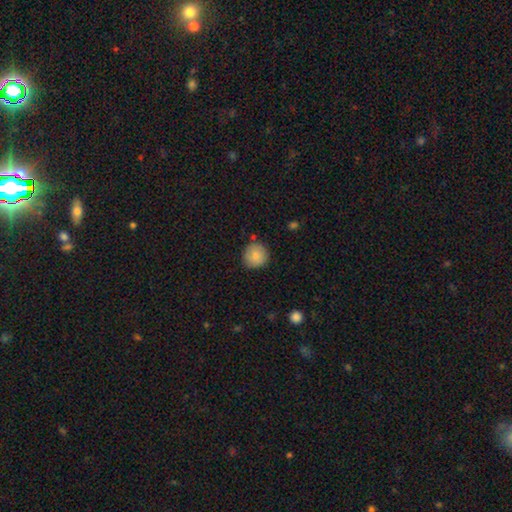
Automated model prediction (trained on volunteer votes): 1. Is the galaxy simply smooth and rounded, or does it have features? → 84% smooth, 8% star or artifact, 8% featured or disk.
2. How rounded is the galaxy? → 93% round, 6% in between, 1% cigar-shaped.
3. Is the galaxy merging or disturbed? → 84% none, 11% minor disturbance, 3% merger, 2% major disturbance.